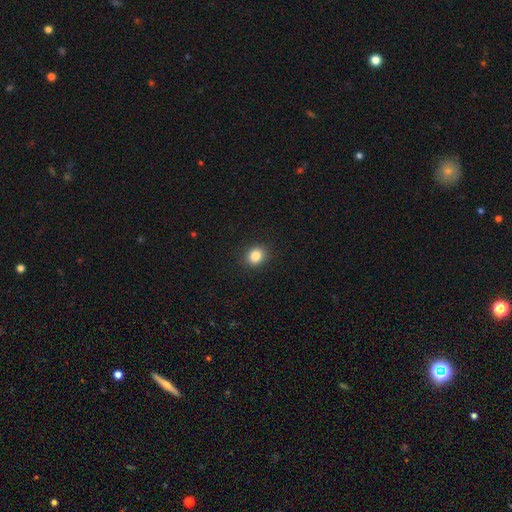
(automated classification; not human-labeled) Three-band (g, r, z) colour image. It shows a smooth galaxy with no disk features (85%) that is round (70%). Merging: none (91%).